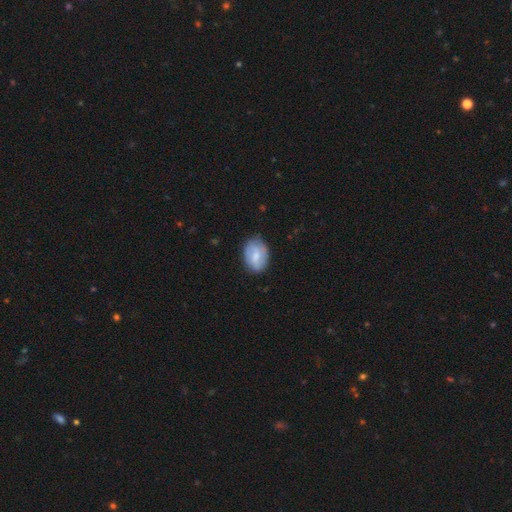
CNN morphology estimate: Smooth or featured? smooth (63%)
How rounded? in between (81%)
Merging? none (73%)